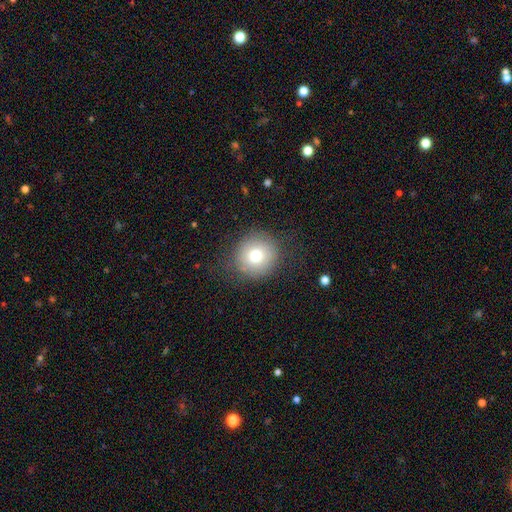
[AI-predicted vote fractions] Overall: smooth (74%). How rounded: round (92%). Merging: none (81%).